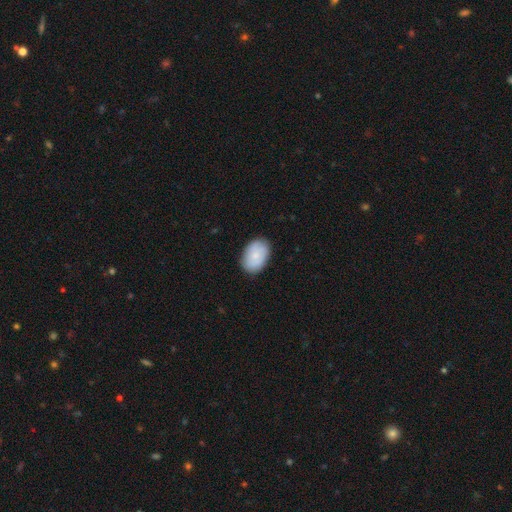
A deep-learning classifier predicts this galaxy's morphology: Overall: smooth (75%). How rounded: in between (86%). Merging: none (84%).